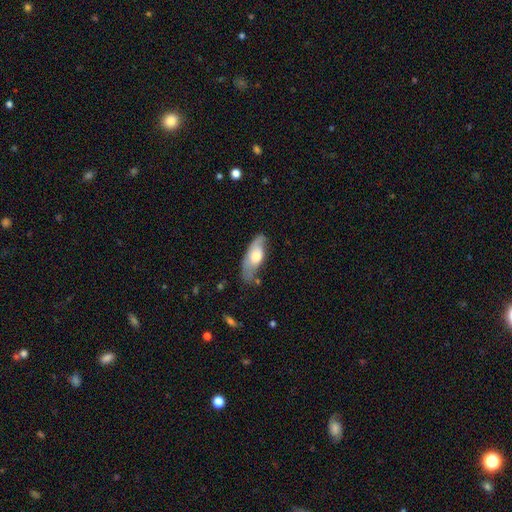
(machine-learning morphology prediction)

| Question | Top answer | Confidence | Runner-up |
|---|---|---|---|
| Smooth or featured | smooth | 55% | featured or disk (39%) |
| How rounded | in between | 77% | cigar-shaped (20%) |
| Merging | none | 51% | minor disturbance (32%) |